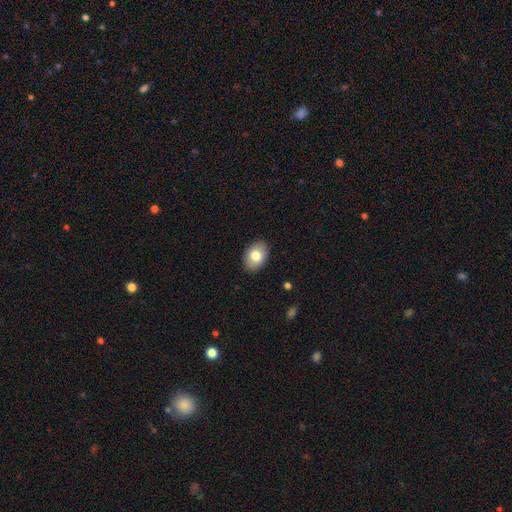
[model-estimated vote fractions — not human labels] Smooth or featured? smooth (79%)
How rounded? in between (84%)
Merging? none (89%)